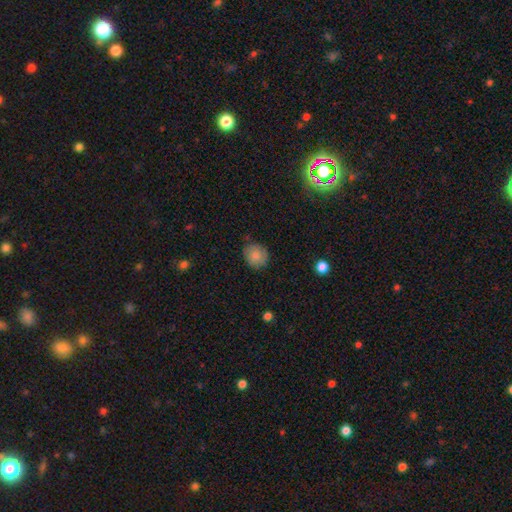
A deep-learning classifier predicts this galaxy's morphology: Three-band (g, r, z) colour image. It shows a smooth galaxy with no disk features (84%) that is round (75%). Merging: none (81%).